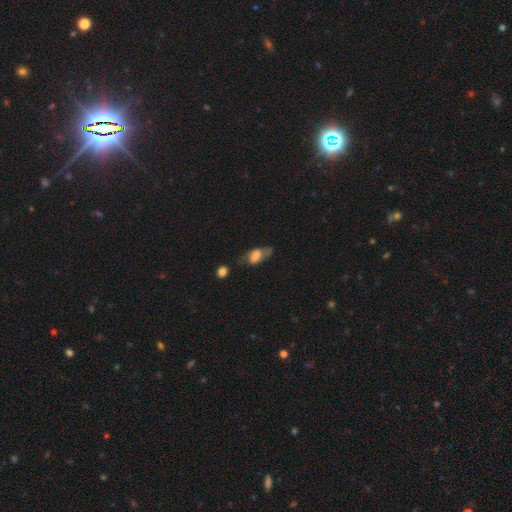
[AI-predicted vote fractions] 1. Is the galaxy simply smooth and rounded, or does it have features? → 60% smooth, 31% featured or disk, 9% star or artifact.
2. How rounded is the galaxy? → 83% in between, 11% cigar-shaped, 6% round.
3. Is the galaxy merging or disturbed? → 42% none, 29% minor disturbance, 22% major disturbance, 8% merger.